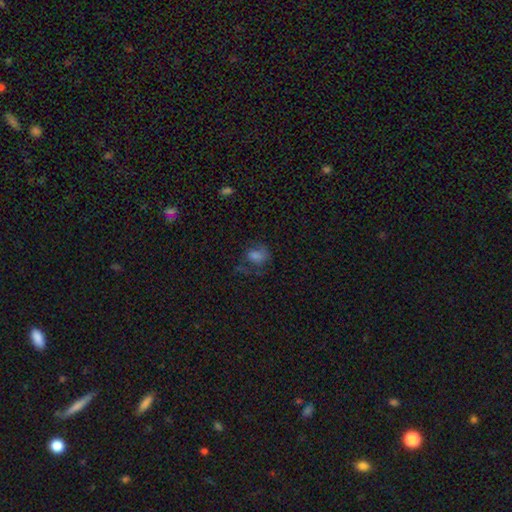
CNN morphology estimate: smooth_or_featured: smooth (p=0.58) [alt: featured or disk p=0.22]
how_rounded: in between (p=0.54) [alt: round p=0.44]
merging: none (p=0.48) [alt: major disturbance p=0.25]